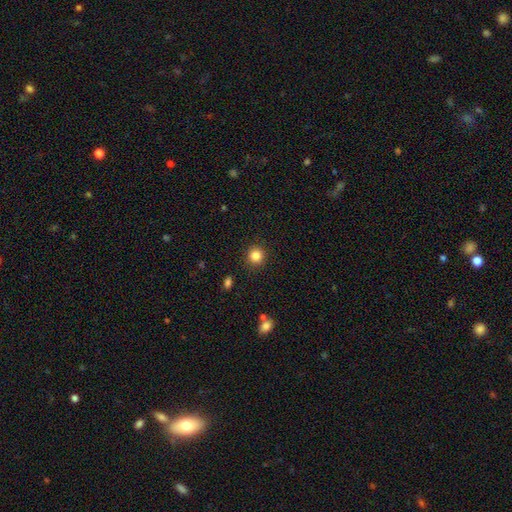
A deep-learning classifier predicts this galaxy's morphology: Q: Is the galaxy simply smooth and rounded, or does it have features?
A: smooth — 84%.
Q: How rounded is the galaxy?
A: round — 92%.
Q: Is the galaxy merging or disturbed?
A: none — 91%.